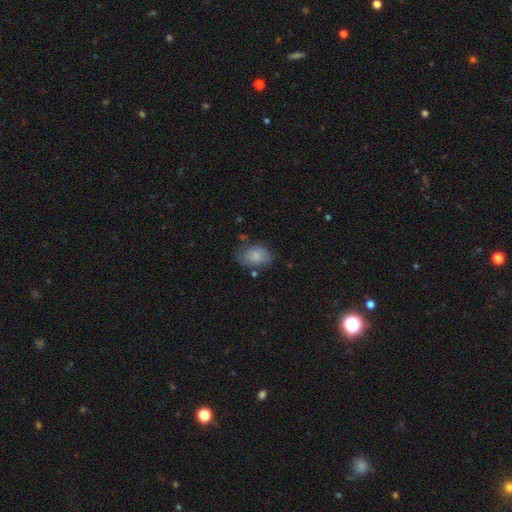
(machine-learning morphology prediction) Smooth or featured: smooth — 81% (featured or disk — 12%)
How rounded: in between — 80% (round — 19%)
Merging: none — 61% (minor disturbance — 26%)